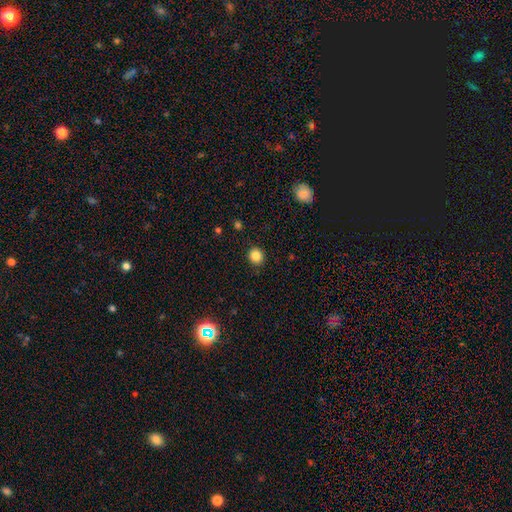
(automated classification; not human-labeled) Smooth or featured?
  - smooth: 85% *
  - star or artifact: 11%
  - featured or disk: 4%
How rounded?
  - round: 87% *
  - in between: 12%
  - cigar-shaped: 1%
Merging?
  - none: 90% *
  - minor disturbance: 7%
  - major disturbance: 2%
  - merger: 1%